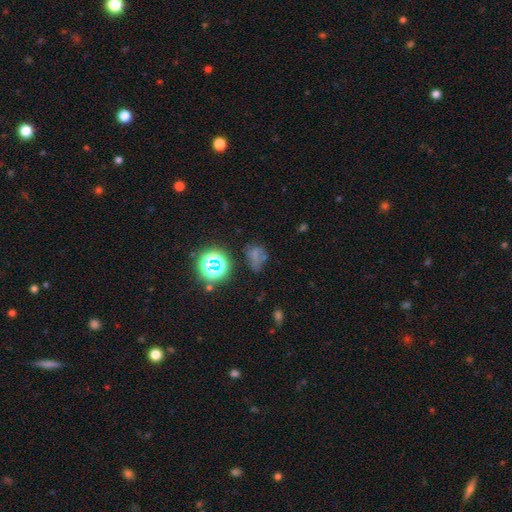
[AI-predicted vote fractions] smooth_or_featured: smooth (p=0.50) [alt: star or artifact p=0.34]
how_rounded: in between (p=0.63) [alt: round p=0.34]
merging: none (p=0.44) [alt: minor disturbance p=0.27]